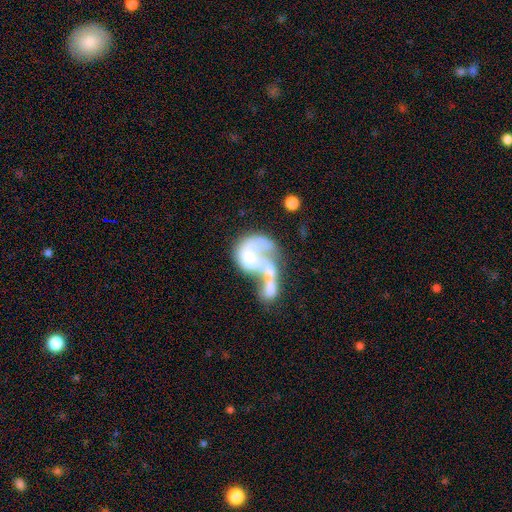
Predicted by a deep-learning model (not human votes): Morphology: type=featured or disk (66%); edge-on=no (97%); bar=no (80%); spiral arms=no (58%); bulge=none (41%); merging=merger (61%).